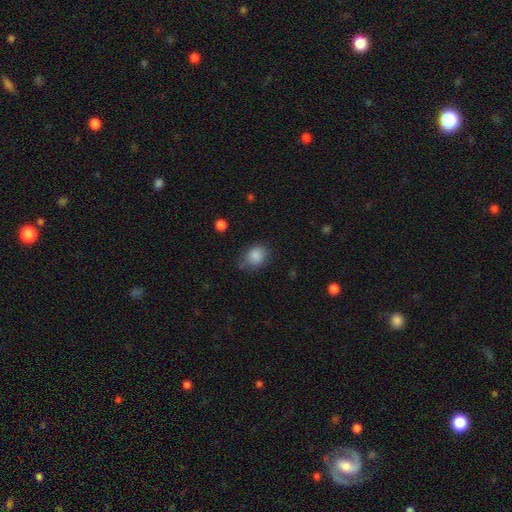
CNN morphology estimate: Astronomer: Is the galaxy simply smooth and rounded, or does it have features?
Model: smooth — 86%.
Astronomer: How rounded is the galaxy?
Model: round — 54% (runner-up: in between, 45%).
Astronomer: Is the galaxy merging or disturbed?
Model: none — 70%.